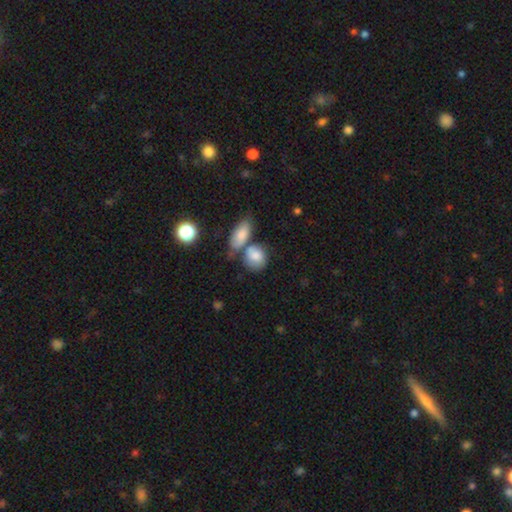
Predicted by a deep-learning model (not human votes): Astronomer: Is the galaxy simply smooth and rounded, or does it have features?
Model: smooth — 80%.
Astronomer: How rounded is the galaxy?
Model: round — 54% (runner-up: in between, 43%).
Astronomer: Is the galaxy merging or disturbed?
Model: none — 44% (runner-up: merger, 35%).